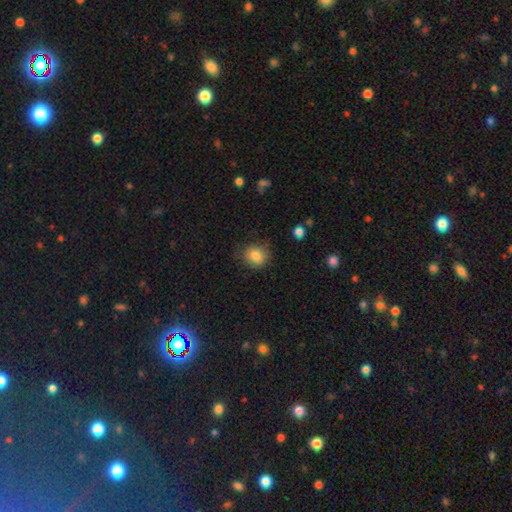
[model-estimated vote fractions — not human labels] The model was most divided on "how rounded": round: 76%, in between: 23%, cigar-shaped: 1%. More confident: smooth or featured — smooth (82%); merging — none (78%).